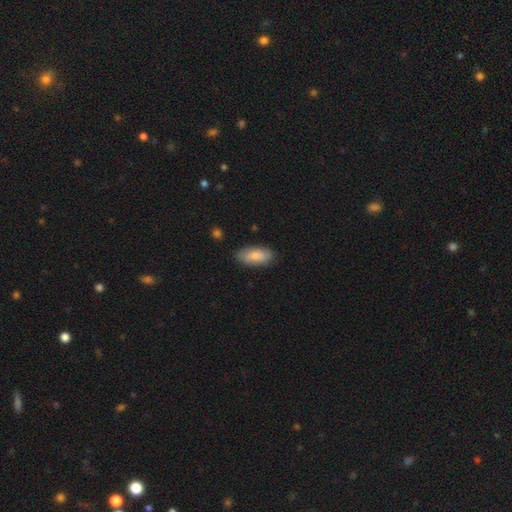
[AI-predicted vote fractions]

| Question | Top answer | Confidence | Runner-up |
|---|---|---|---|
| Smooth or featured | smooth | 76% | featured or disk (18%) |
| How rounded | in between | 91% | cigar-shaped (6%) |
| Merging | none | 82% | minor disturbance (14%) |